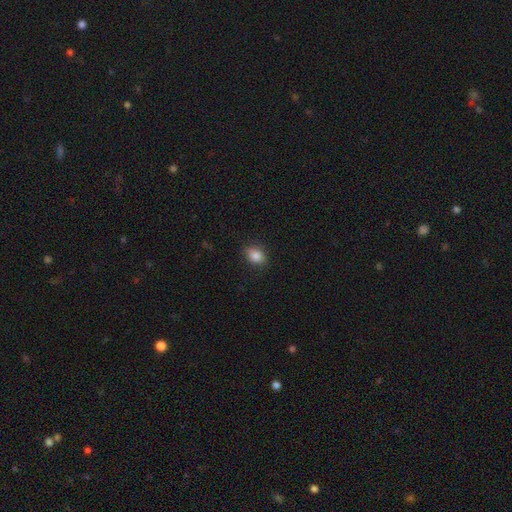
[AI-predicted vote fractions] Q: Smooth or featured?
A: smooth (85%); runner-up: star or artifact (10%)
Q: How rounded?
A: in between (62%); runner-up: round (37%)
Q: Merging?
A: none (83%); runner-up: minor disturbance (13%)